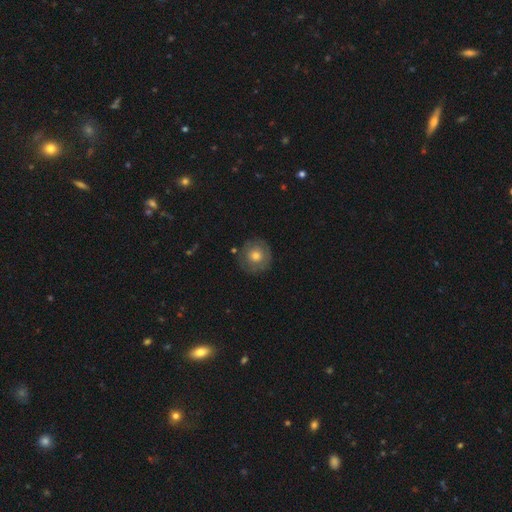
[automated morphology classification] A smooth galaxy with no disk features (64%) that is round (95%). Merging: none (84%).